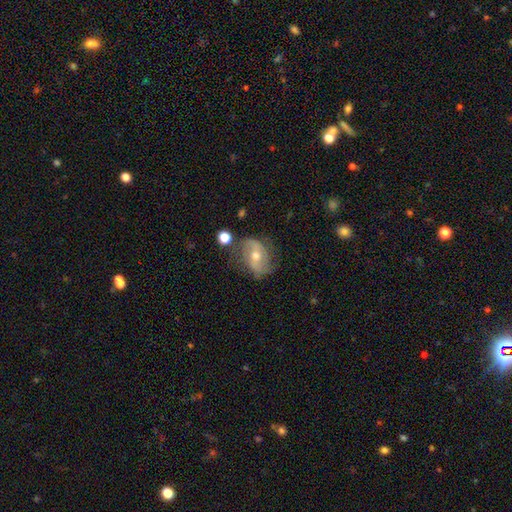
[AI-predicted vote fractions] The model was most divided on "bar": no: 42%, weak: 38%, strong: 20%. More confident: edge-on disk — no (96%); spiral arms — yes (87%); spiral arm count — 2 (87%); smooth or featured — featured or disk (73%); merging — none (67%); bulge size — moderate (64%); spiral winding — loose (52%).